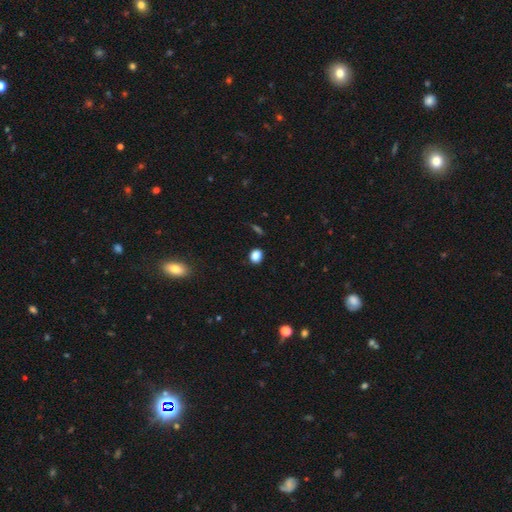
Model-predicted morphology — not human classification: This is clearly a smooth galaxy (86%). How rounded: possibly round (55%). Merging: clearly none (87%).